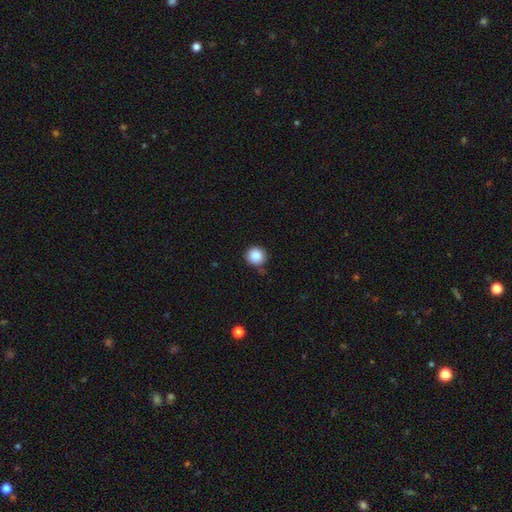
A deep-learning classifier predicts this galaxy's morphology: Overall: smooth (88%). How rounded: round (94%). Merging: none (78%).